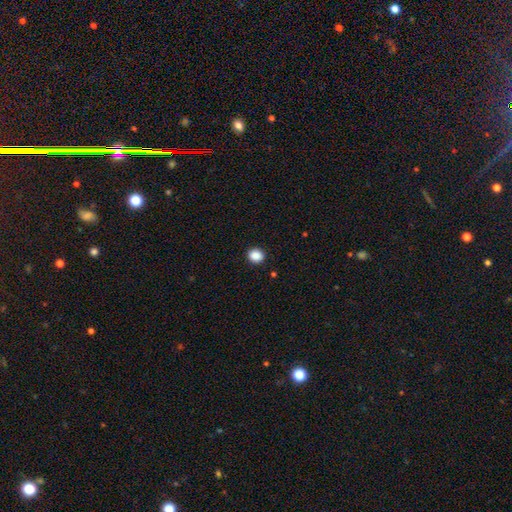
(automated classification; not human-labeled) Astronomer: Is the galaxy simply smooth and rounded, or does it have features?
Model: smooth — 88%.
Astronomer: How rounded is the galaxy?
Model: round — 67%.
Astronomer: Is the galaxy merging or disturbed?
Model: none — 90%.